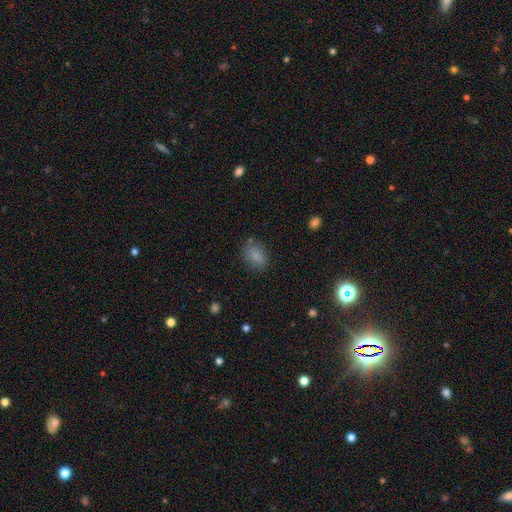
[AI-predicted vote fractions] smooth 84%, star or artifact 10%, featured or disk 6%. Down the decision tree: how rounded — in between (80%); merging — none (76%).